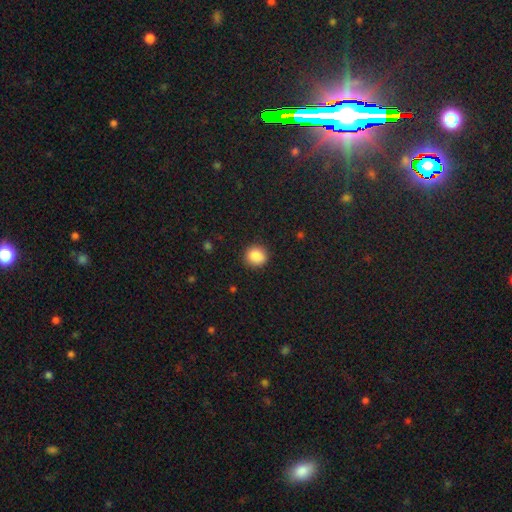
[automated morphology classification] This appears to be a smooth galaxy with no disk features (86%) that is round (86%). Merging: none (90%).